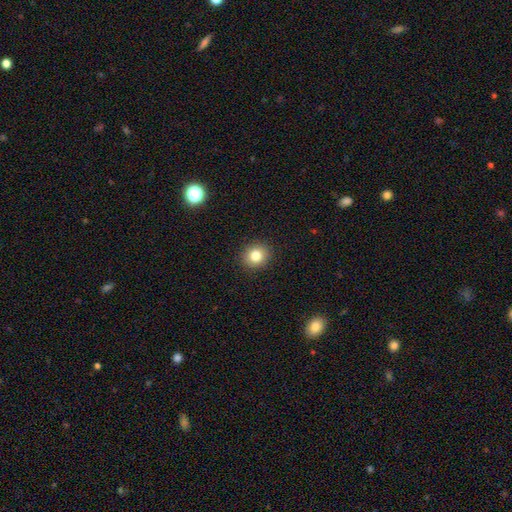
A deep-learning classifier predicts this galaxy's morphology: Smooth or featured: smooth — 81% (star or artifact — 11%)
How rounded: round — 80% (in between — 19%)
Merging: none — 91% (minor disturbance — 6%)